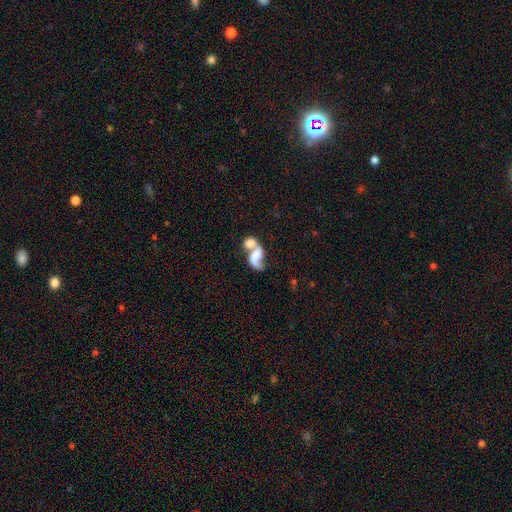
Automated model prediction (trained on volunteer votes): Smooth or featured? featured or disk (47%)
Merging? merger (69%)